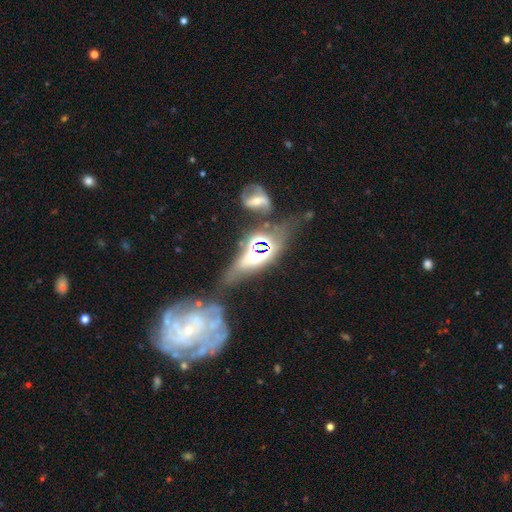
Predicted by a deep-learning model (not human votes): The model was most divided on "smooth or featured": featured or disk: 44%, star or artifact: 29%, smooth: 27%. Remaining: merging — none (45%).